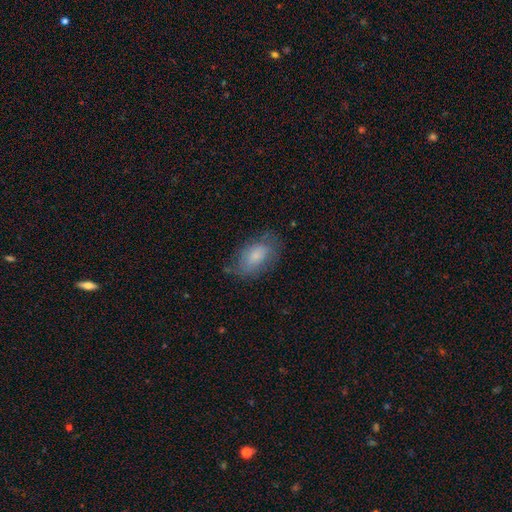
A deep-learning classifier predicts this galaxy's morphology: type=smooth (67%); roundness=in between (90%); merging=none (63%).